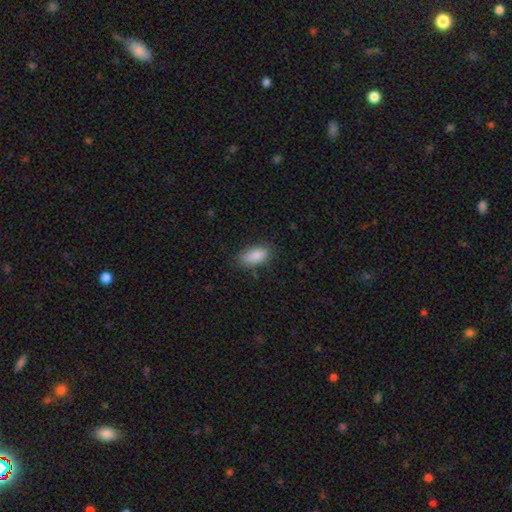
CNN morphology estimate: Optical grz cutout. It shows a smooth galaxy with no disk features (88%) that is in between round and cigar-shaped (91%). Merging: none (78%).